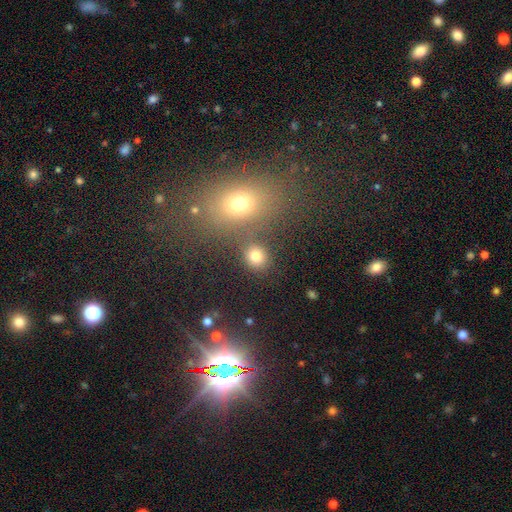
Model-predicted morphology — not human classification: smooth_or_featured: smooth (p=0.79) [alt: star or artifact p=0.15]
how_rounded: round (p=0.82) [alt: in between p=0.17]
merging: none (p=0.79) [alt: merger p=0.10]